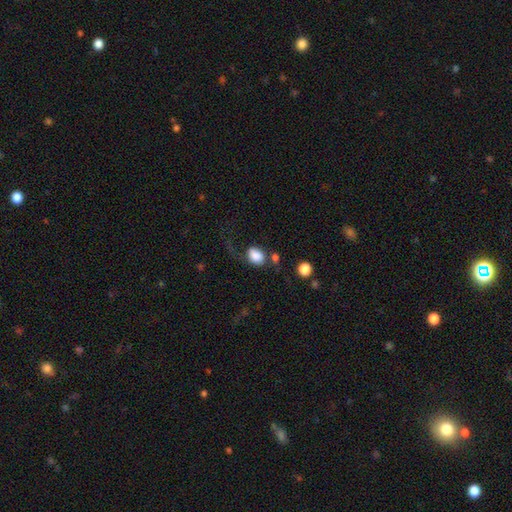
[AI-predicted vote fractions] smooth_or_featured: smooth (p=0.81) [alt: featured or disk p=0.11]
how_rounded: in between (p=0.71) [alt: round p=0.27]
merging: none (p=0.42) [alt: major disturbance p=0.25]